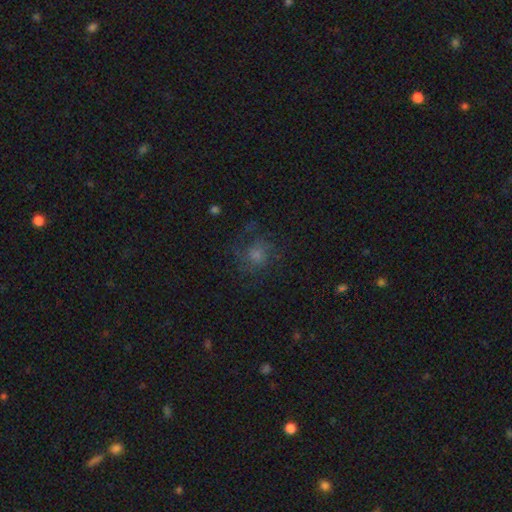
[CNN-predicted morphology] smooth-or-featured: featured or disk: 40% | smooth: 38% | star or artifact: 22%
  merging: none: 66% | minor disturbance: 17% | major disturbance: 16% | merger: 1%